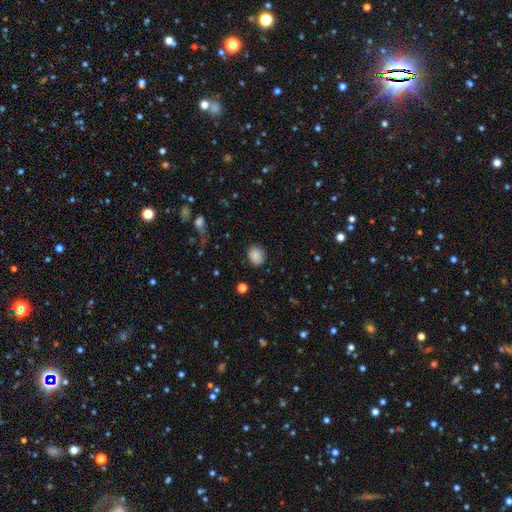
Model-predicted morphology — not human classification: This appears to be a smooth galaxy with no disk features (86%) that is round (69%). Merging: none (82%).